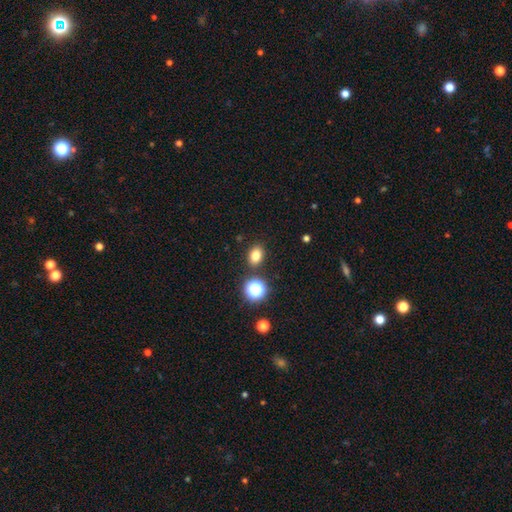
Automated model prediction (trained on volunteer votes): This appears to be a smooth galaxy with no disk features (78%) that is in between round and cigar-shaped (62%). Merging: none (84%).